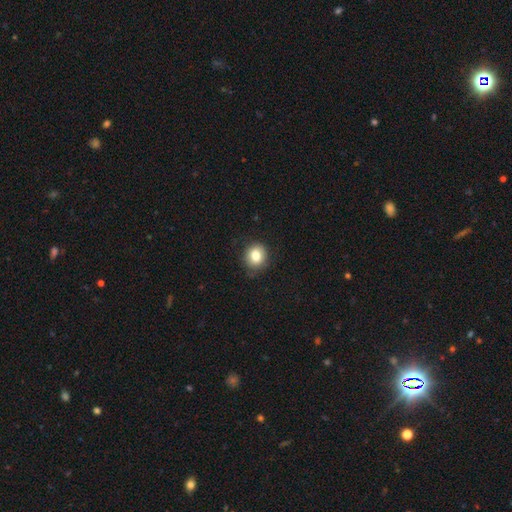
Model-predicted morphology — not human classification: Smooth or featured: smooth — 81% (star or artifact — 10%)
How rounded: round — 80% (in between — 19%)
Merging: none — 84% (minor disturbance — 13%)